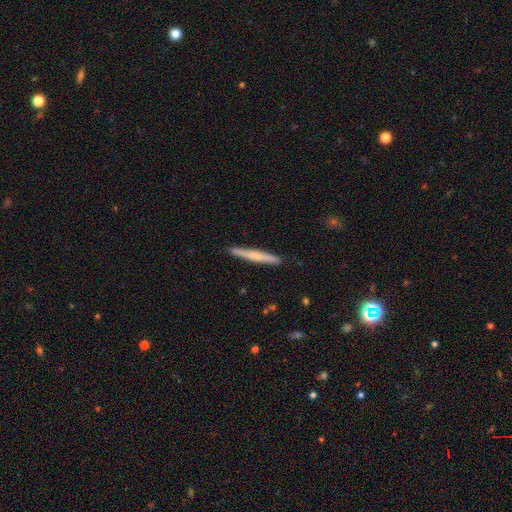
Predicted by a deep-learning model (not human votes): The model was most divided on "smooth or featured": smooth: 53%, featured or disk: 42%, star or artifact: 6%. More confident: how rounded — cigar-shaped (96%); merging — none (91%).